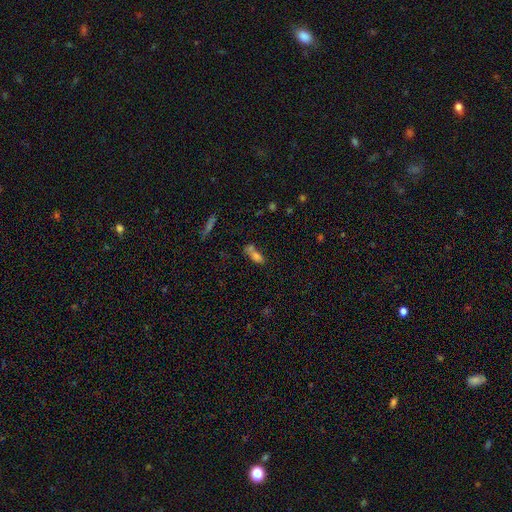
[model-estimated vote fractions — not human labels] Morphology: type=smooth (68%); roundness=in between (75%); merging=merger (53%).